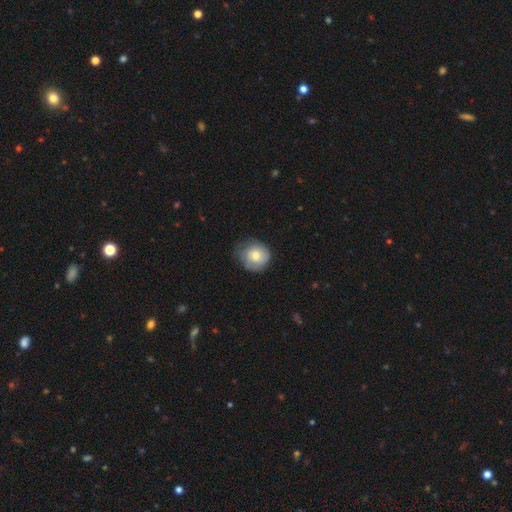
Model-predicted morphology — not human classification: Smooth or featured: smooth — 69% (featured or disk — 23%)
How rounded: round — 77% (in between — 22%)
Merging: none — 58% (minor disturbance — 31%)